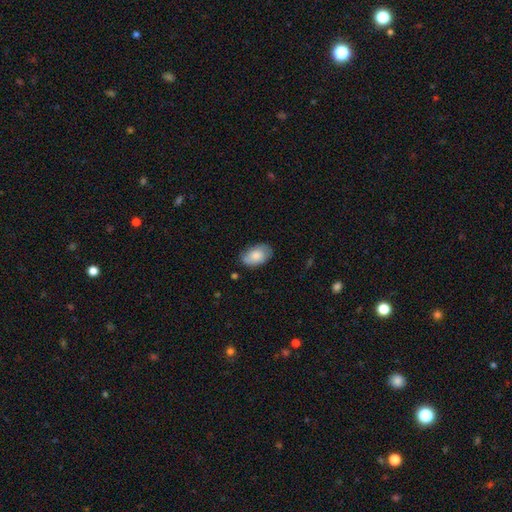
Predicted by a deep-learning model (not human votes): smooth_or_featured: smooth (p=0.80) [alt: featured or disk p=0.13]
how_rounded: in between (p=0.92) [alt: round p=0.06]
merging: none (p=0.76) [alt: minor disturbance p=0.19]